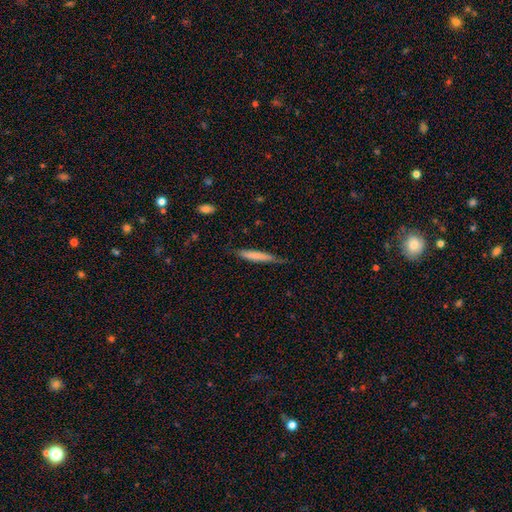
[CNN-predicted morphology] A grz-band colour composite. It shows a smooth galaxy with no disk features (72%) that is cigar-shaped (93%). Merging: none (70%).